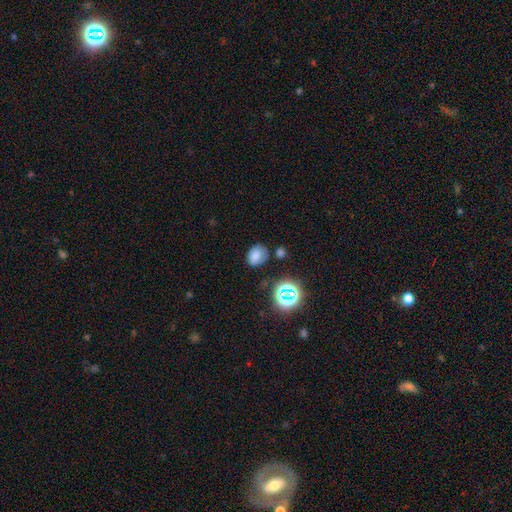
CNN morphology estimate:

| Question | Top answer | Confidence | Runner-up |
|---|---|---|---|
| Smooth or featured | smooth | 71% | star or artifact (17%) |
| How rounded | in between | 61% | round (38%) |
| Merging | none | 65% | minor disturbance (23%) |